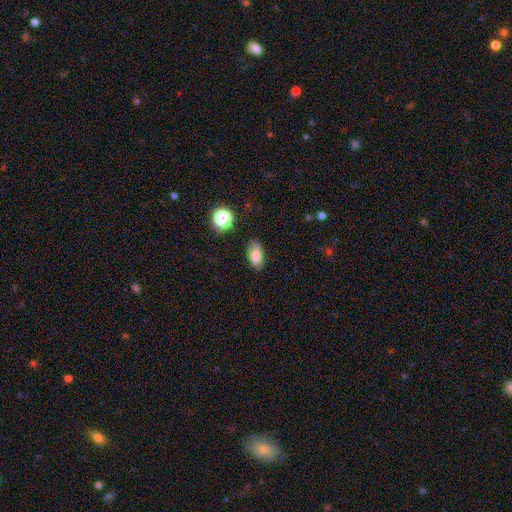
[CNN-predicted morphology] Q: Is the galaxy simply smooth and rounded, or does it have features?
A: smooth — 82%.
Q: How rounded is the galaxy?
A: in between — 91%.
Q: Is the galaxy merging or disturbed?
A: none — 80%.